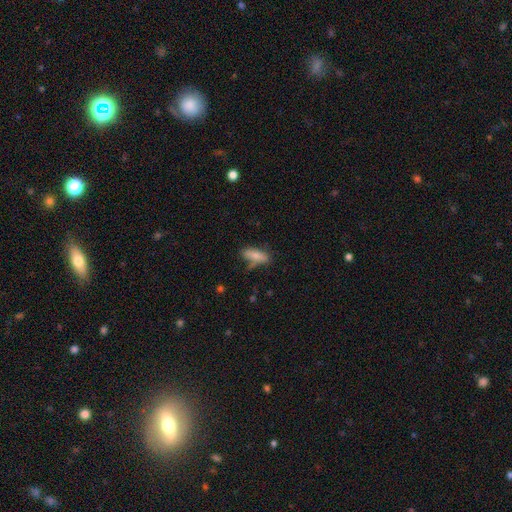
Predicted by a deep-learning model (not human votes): smooth 76%, featured or disk 16%, star or artifact 8%. Down the decision tree: how rounded — in between (64%); merging — none (58%).